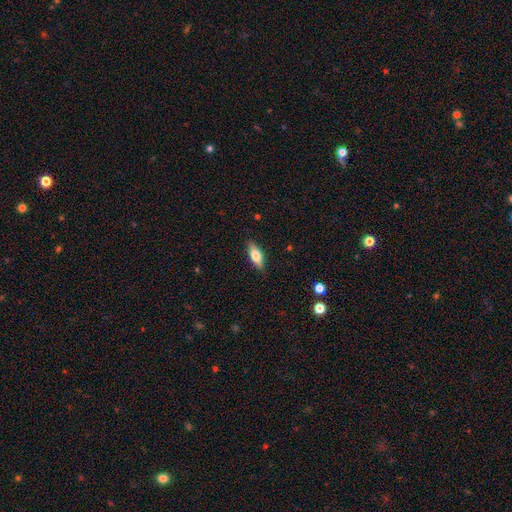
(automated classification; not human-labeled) Smooth or featured? Predicted: smooth (p=0.67). How rounded? Predicted: in between (p=0.71). Merging? Predicted: none (p=0.86).